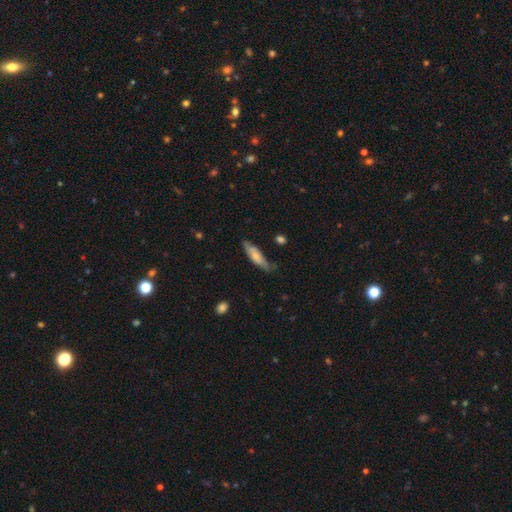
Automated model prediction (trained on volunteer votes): A smooth galaxy with no disk features (63%) that is cigar-shaped (60%).

Vote fractions:
- Smooth or featured? smooth: 63% / featured or disk: 31% / star or artifact: 6%
- How rounded? cigar-shaped: 60% / in between: 38% / round: 2%
- Merging? none: 61% / minor disturbance: 29% / major disturbance: 7% / merger: 2%